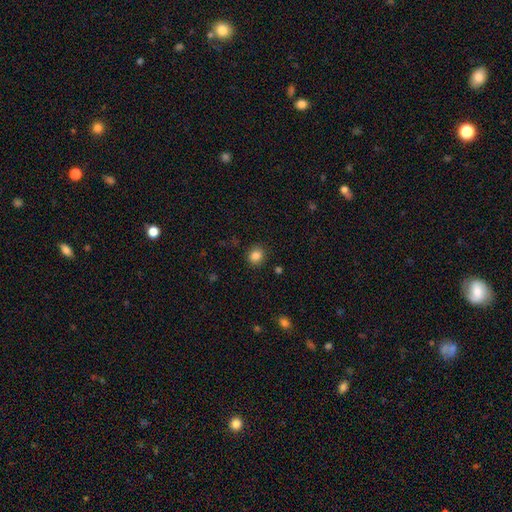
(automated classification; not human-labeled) Smooth or featured: smooth — 85% (star or artifact — 11%)
How rounded: round — 81% (in between — 18%)
Merging: none — 89% (minor disturbance — 8%)